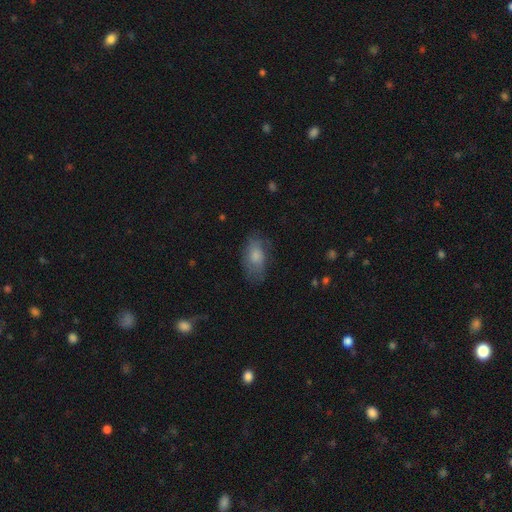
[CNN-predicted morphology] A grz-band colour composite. It shows a smooth galaxy with no disk features (74%) that is in between round and cigar-shaped (91%). Merging: none (66%).